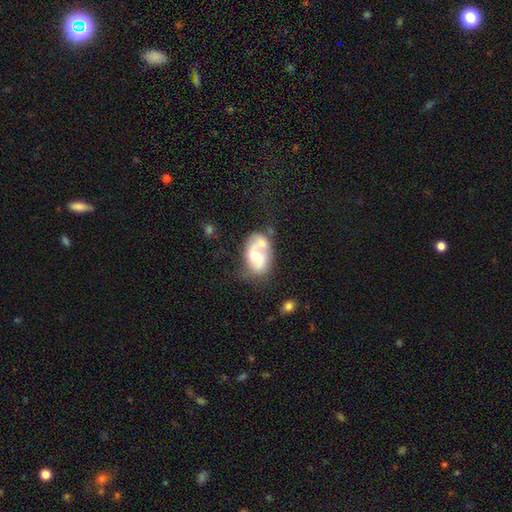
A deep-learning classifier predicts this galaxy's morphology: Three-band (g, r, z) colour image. It shows a featured or disk galaxy (59%) with no bar (63%), spiral arms (65%) and a moderate central bulge (62%). Merging: merger (40%).